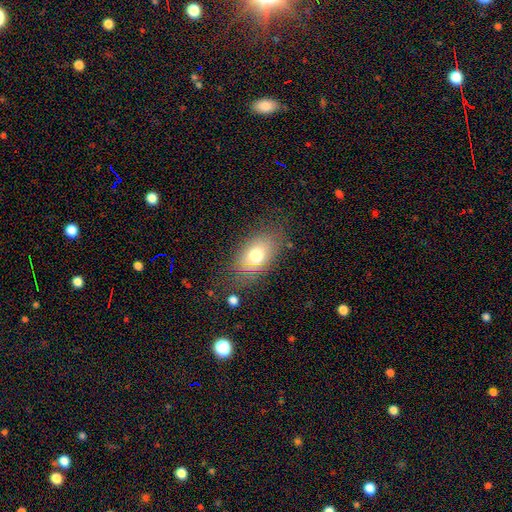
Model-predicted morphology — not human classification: smooth 67%, featured or disk 19%, star or artifact 13%. Down the decision tree: how rounded — in between (82%); merging — none (75%).